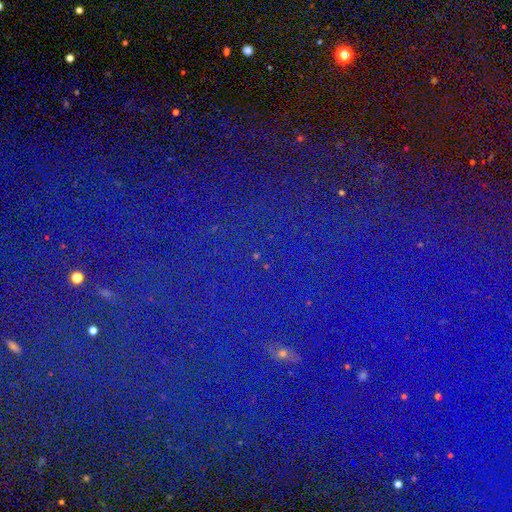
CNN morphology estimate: Smooth or featured? Predicted: star or artifact (p=0.82).